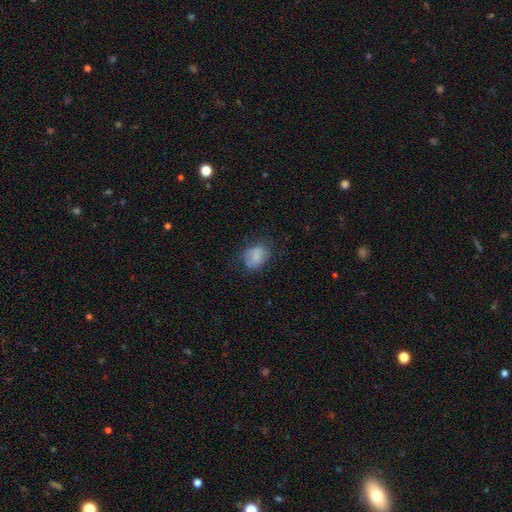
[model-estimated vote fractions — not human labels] Q: Smooth or featured?
A: smooth (76%); runner-up: featured or disk (14%)
Q: How rounded?
A: in between (70%); runner-up: round (29%)
Q: Merging?
A: none (58%); runner-up: minor disturbance (27%)